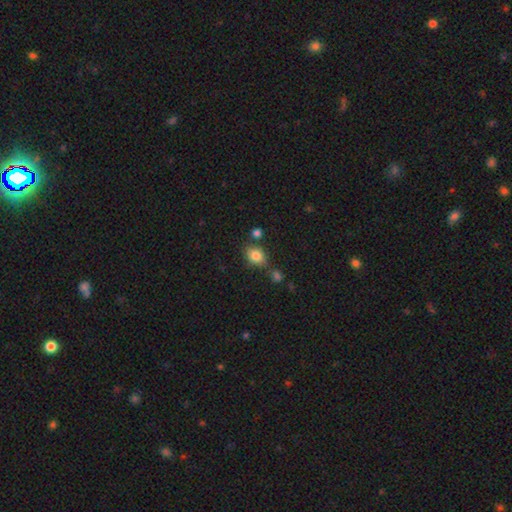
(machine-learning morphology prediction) smooth-or-featured: smooth: 83% | star or artifact: 10% | featured or disk: 7%
  how-rounded: in between: 58% | round: 40% | cigar-shaped: 1%
  merging: none: 69% | minor disturbance: 15% | merger: 11% | major disturbance: 4%